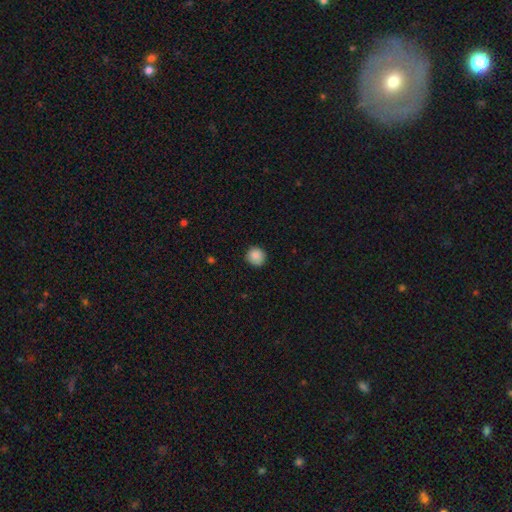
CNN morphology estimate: This appears to be a smooth galaxy with no disk features (88%) that is round (92%). Merging: none (89%).